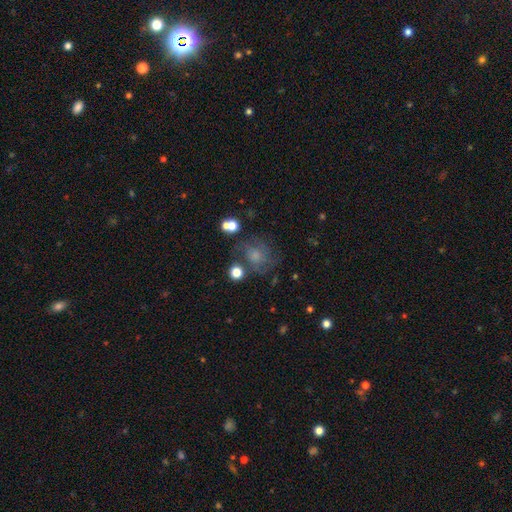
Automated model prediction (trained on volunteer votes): A smooth galaxy with no disk features (43%).

Vote fractions:
- Smooth or featured? smooth: 43% / featured or disk: 42% / star or artifact: 15%
- Merging? none: 56% / minor disturbance: 20% / major disturbance: 18% / merger: 6%